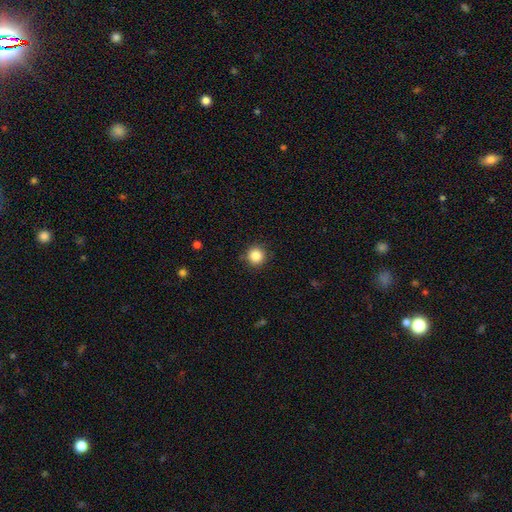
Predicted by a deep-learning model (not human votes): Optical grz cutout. It shows a smooth galaxy with no disk features (85%) that is round (94%). Merging: none (88%).